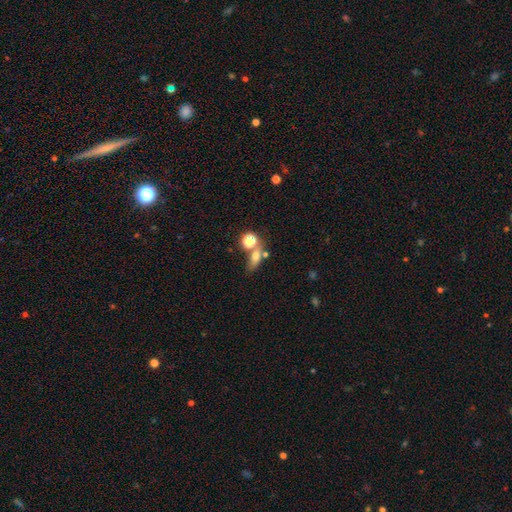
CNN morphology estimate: smooth 64%, star or artifact 19%, featured or disk 18%. Down the decision tree: how rounded — in between (55%); merging — none (48%).